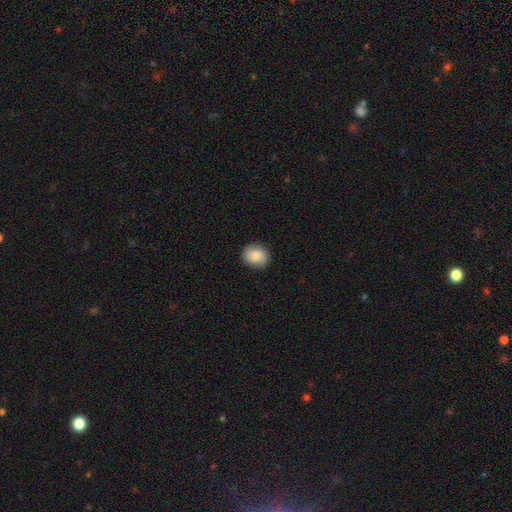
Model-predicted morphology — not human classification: A smooth galaxy with no disk features (83%) that is round (74%). Merging: none (88%).